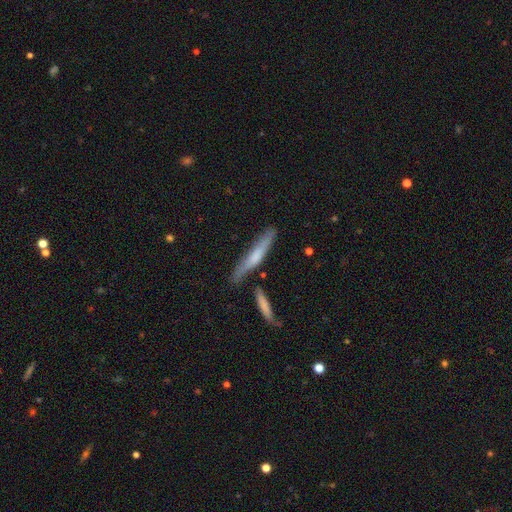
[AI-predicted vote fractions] smooth-or-featured: smooth: 52% | featured or disk: 42% | star or artifact: 6%
  how-rounded: cigar-shaped: 92% | in between: 7% | round: 2%
  merging: none: 73% | minor disturbance: 15% | merger: 8% | major disturbance: 3%